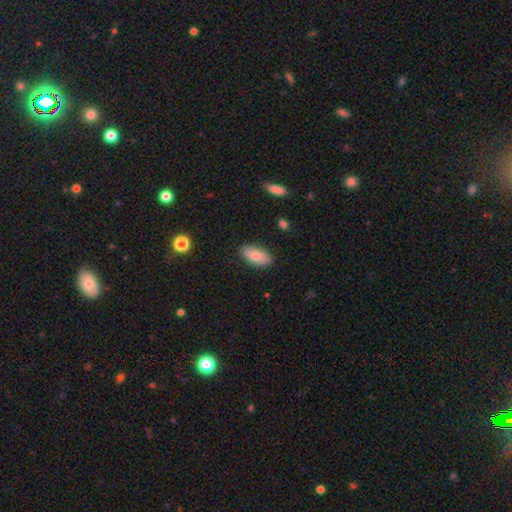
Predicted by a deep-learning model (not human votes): Smooth or featured? smooth (78%)
How rounded? in between (91%)
Merging? none (85%)